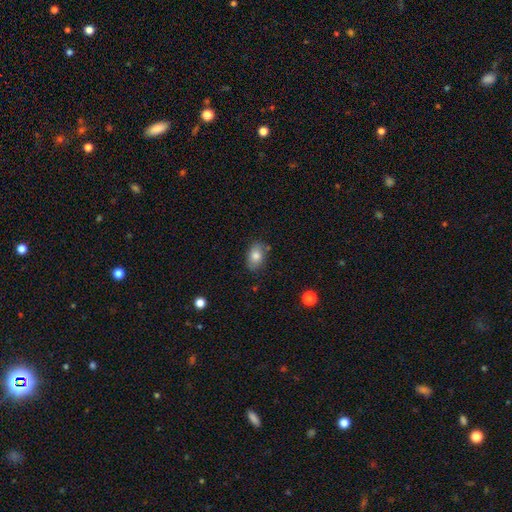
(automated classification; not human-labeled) Smooth or featured: smooth — 81% (featured or disk — 11%)
How rounded: in between — 86% (round — 12%)
Merging: none — 79% (minor disturbance — 15%)